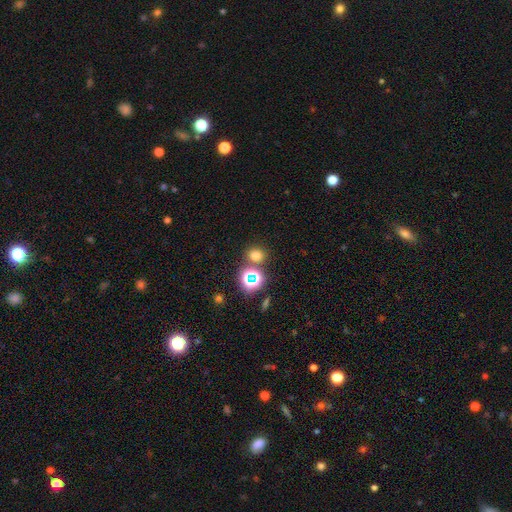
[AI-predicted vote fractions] A smooth galaxy with no disk features (68%) that is round (73%). Merging: none (77%).